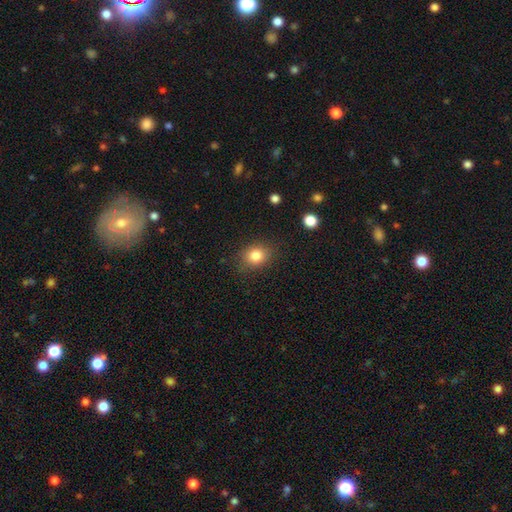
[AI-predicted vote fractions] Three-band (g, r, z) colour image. It shows a smooth galaxy with no disk features (84%) that is round (58%). Merging: none (82%).